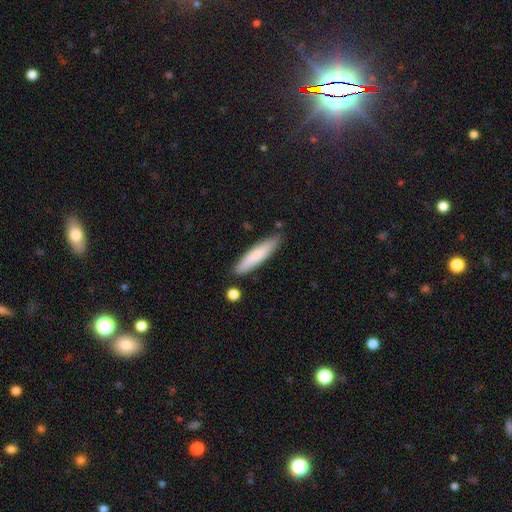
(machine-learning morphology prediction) smooth-or-featured: smooth: 77% | featured or disk: 17% | star or artifact: 6%
  how-rounded: cigar-shaped: 83% | in between: 16% | round: 1%
  merging: none: 83% | minor disturbance: 11% | merger: 3% | major disturbance: 2%